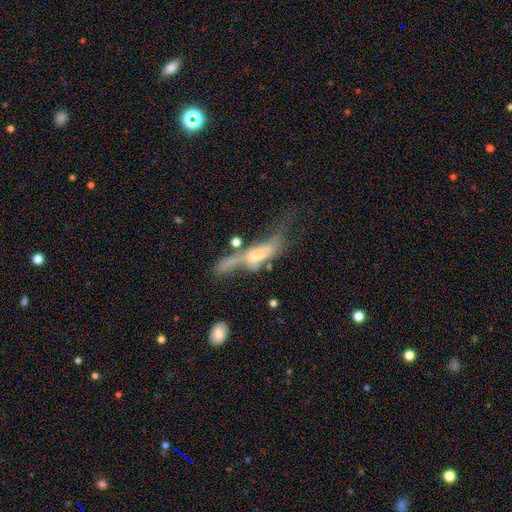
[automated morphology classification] Overall: featured or disk (60%; smooth 30%). Edge-on disk: no (63%; yes 37%). Merging: major disturbance (37%; merger 27%).